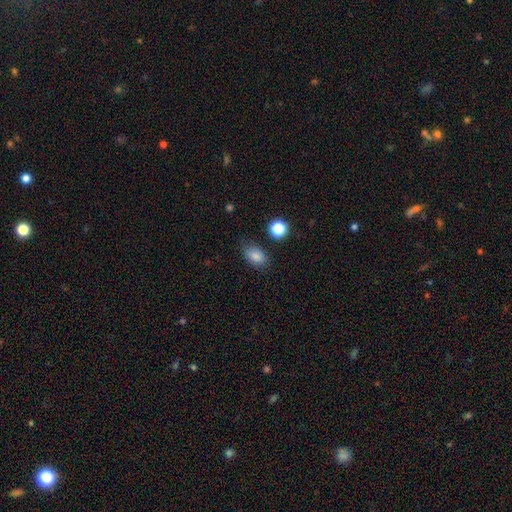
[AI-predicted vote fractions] A smooth galaxy with no disk features (83%) that is in between round and cigar-shaped (83%).

Vote fractions:
- Smooth or featured? smooth: 83% / star or artifact: 10% / featured or disk: 6%
- How rounded? in between: 83% / round: 15% / cigar-shaped: 2%
- Merging? none: 74% / minor disturbance: 19% / major disturbance: 4% / merger: 3%